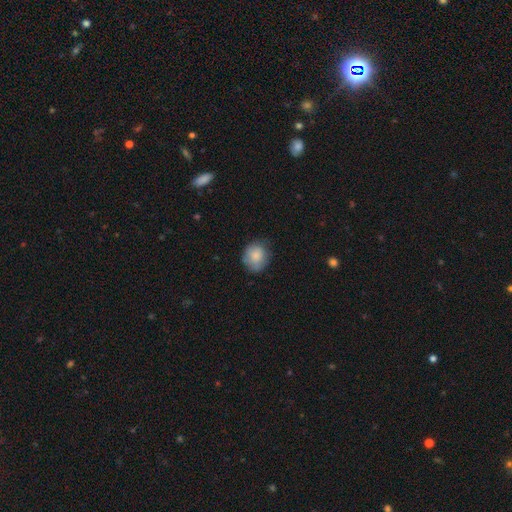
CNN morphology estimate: smooth-or-featured: smooth: 84% | featured or disk: 9% | star or artifact: 7%
  how-rounded: round: 73% | in between: 26% | cigar-shaped: 1%
  merging: none: 73% | minor disturbance: 21% | major disturbance: 5% | merger: 1%